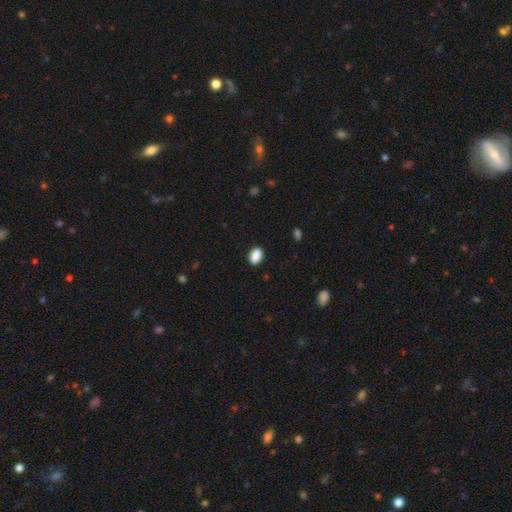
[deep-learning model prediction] smooth_or_featured: smooth (p=0.88) [alt: star or artifact p=0.08]
how_rounded: in between (p=0.86) [alt: round p=0.11]
merging: none (p=0.86) [alt: minor disturbance p=0.10]